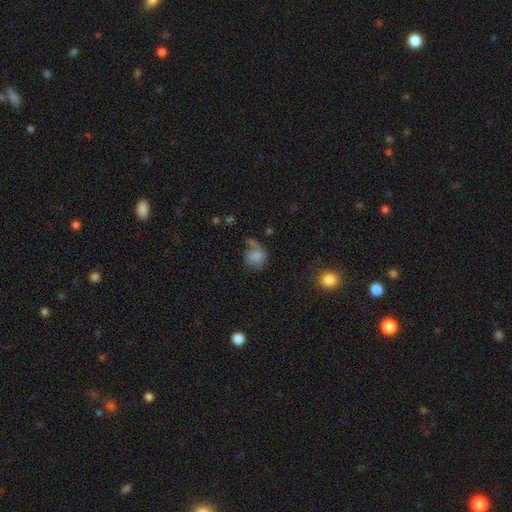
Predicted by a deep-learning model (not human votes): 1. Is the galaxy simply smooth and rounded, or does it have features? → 71% smooth, 18% featured or disk, 12% star or artifact.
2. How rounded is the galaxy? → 62% round, 36% in between, 1% cigar-shaped.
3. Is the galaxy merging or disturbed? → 39% none, 27% minor disturbance, 23% major disturbance, 11% merger.